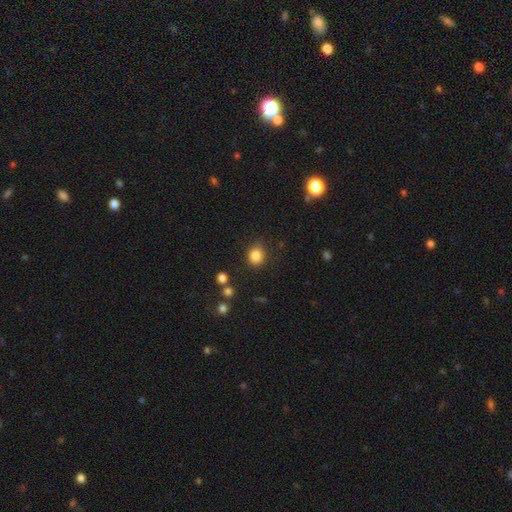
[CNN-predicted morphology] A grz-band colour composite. It shows a smooth galaxy with no disk features (84%) that is round (69%). Merging: none (78%).